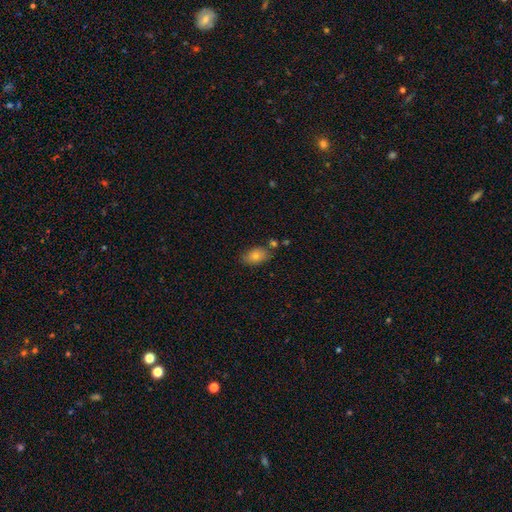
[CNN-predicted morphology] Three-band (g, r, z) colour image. It shows a smooth galaxy with no disk features (77%) that is in between round and cigar-shaped (87%). Merging: none (75%).